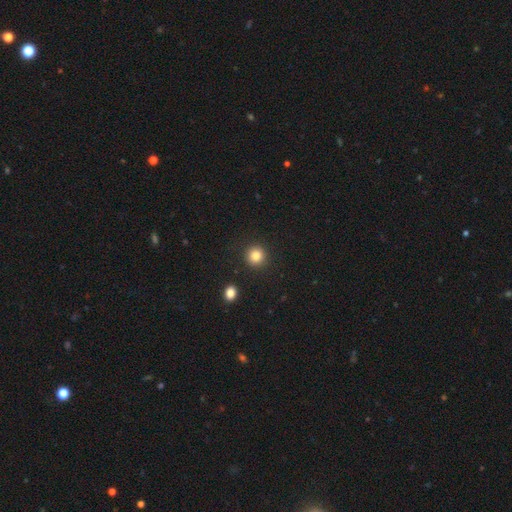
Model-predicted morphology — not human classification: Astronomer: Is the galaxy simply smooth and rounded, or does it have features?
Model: smooth — 83%.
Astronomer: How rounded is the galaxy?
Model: round — 93%.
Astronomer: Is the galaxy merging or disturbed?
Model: none — 91%.